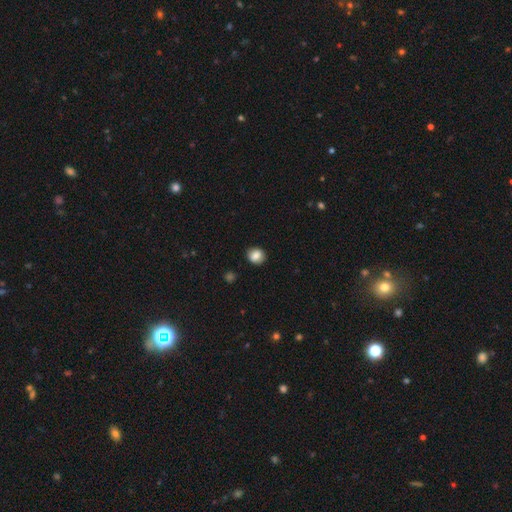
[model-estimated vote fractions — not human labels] This appears to be a smooth galaxy with no disk features (86%) that is round (80%). Merging: none (88%).